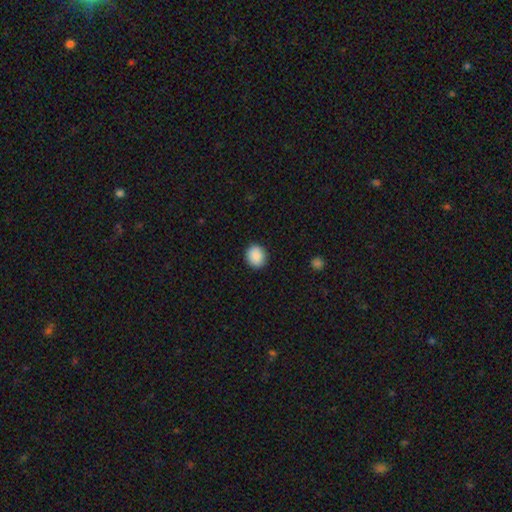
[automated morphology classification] Q: Smooth or featured?
A: smooth (90%); runner-up: star or artifact (8%)
Q: How rounded?
A: round (71%); runner-up: in between (28%)
Q: Merging?
A: none (90%); runner-up: minor disturbance (7%)